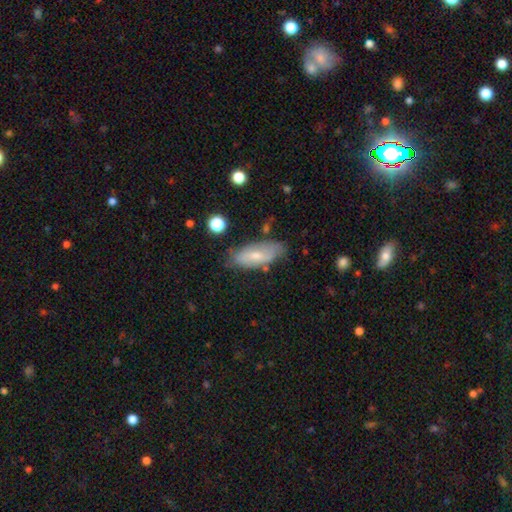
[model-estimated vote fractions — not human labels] smooth 61%, featured or disk 32%, star or artifact 7%. Down the decision tree: how rounded — in between (78%); merging — none (70%).